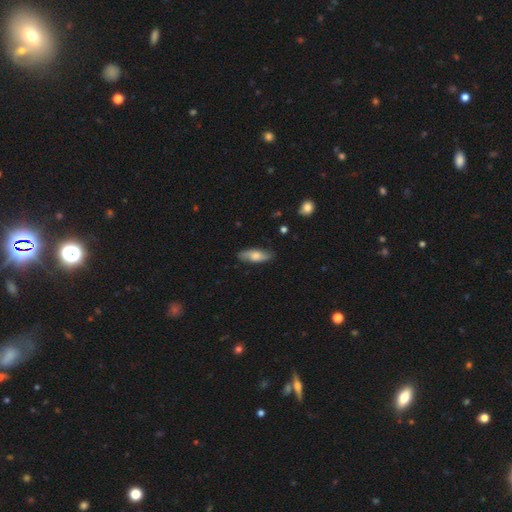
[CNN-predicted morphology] Smooth or featured? Predicted: smooth (p=0.64). How rounded? Predicted: in between (p=0.66). Merging? Predicted: none (p=0.83).